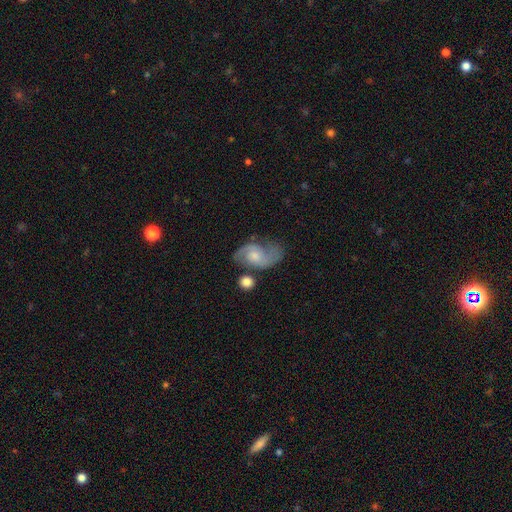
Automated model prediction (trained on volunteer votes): Overall: featured or disk (75%). Edge-on disk: no (97%). Bar: no (60%; weak 35%). Spiral arms: yes (93%). Spiral arm count: 2 (87%). Spiral winding: medium (49%; loose 33%). Bulge size: moderate (42%; small 39%). Merging: none (54%; minor disturbance 23%).